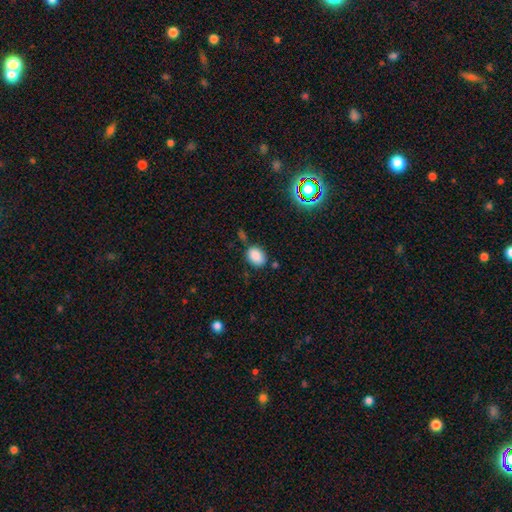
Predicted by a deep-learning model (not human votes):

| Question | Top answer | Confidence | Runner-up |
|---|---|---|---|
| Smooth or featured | smooth | 86% | star or artifact (9%) |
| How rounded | in between | 71% | round (28%) |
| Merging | none | 71% | minor disturbance (18%) |